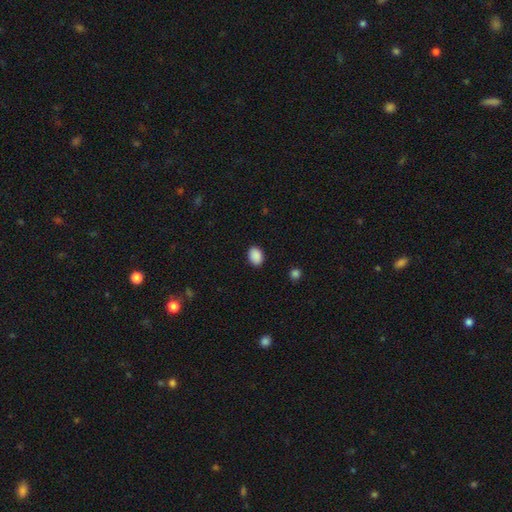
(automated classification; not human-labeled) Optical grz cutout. It shows a smooth galaxy with no disk features (90%) that is in between round and cigar-shaped (71%). Merging: none (89%).